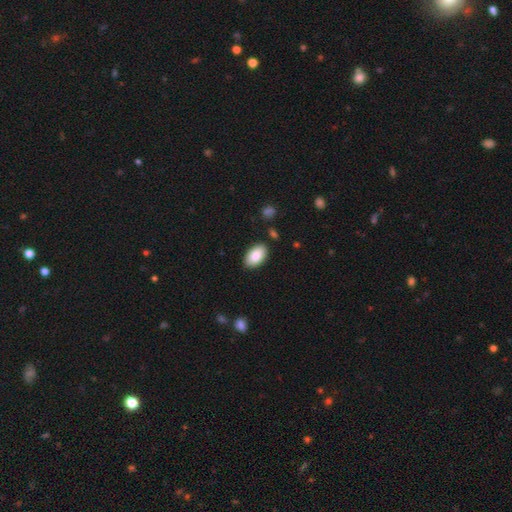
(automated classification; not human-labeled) smooth-or-featured: smooth: 87% | featured or disk: 7% | star or artifact: 6%
  how-rounded: in between: 95% | round: 4% | cigar-shaped: 1%
  merging: none: 86% | minor disturbance: 10% | major disturbance: 2% | merger: 2%